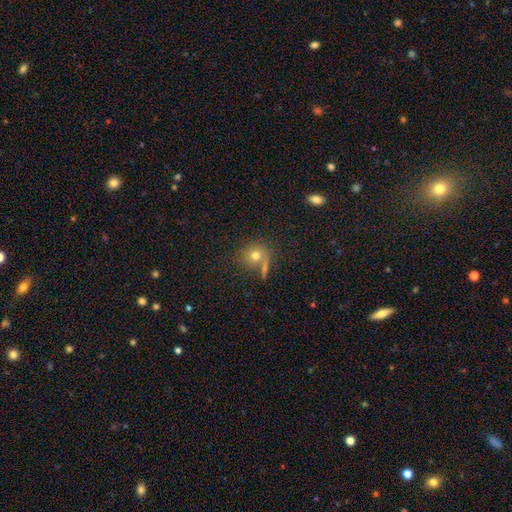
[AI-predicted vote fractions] Q: Smooth or featured?
A: smooth (71%); runner-up: star or artifact (14%)
Q: How rounded?
A: round (81%); runner-up: in between (17%)
Q: Merging?
A: none (64%); runner-up: merger (17%)